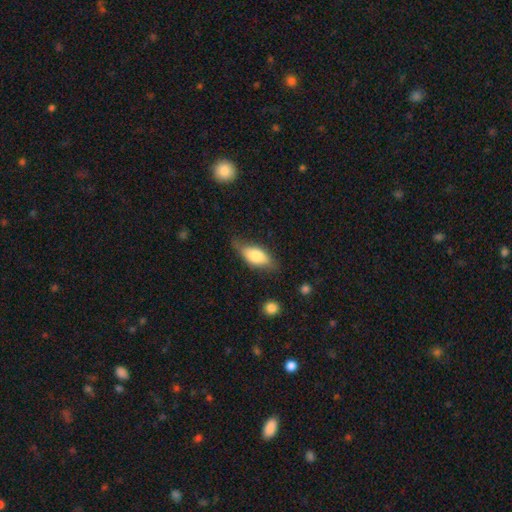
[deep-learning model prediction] Smooth or featured? Predicted: smooth (p=0.67). How rounded? Predicted: in between (p=0.82). Merging? Predicted: none (p=0.58).